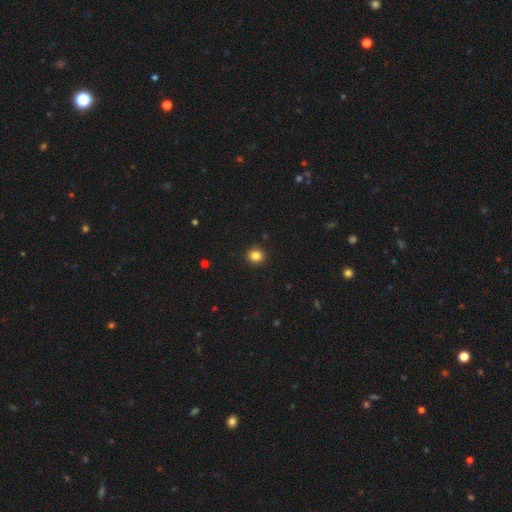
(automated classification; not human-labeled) smooth-or-featured: smooth: 84% | star or artifact: 12% | featured or disk: 4%
  how-rounded: round: 87% | in between: 12% | cigar-shaped: 1%
  merging: none: 92% | minor disturbance: 5% | major disturbance: 2% | merger: 1%